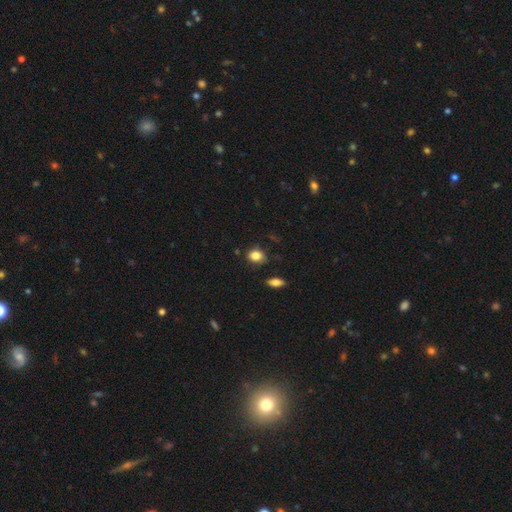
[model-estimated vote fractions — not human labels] This is clearly a smooth galaxy (84%). How rounded: possibly in between (54%). Merging: likely none (74%).